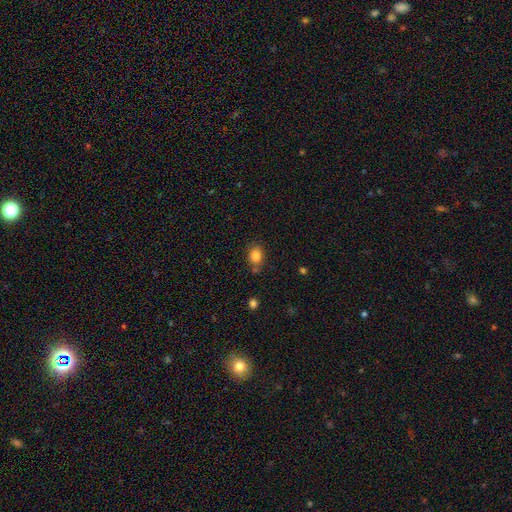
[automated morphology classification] This is clearly a smooth galaxy (84%). How rounded: possibly in between (53%). Merging: likely none (74%).